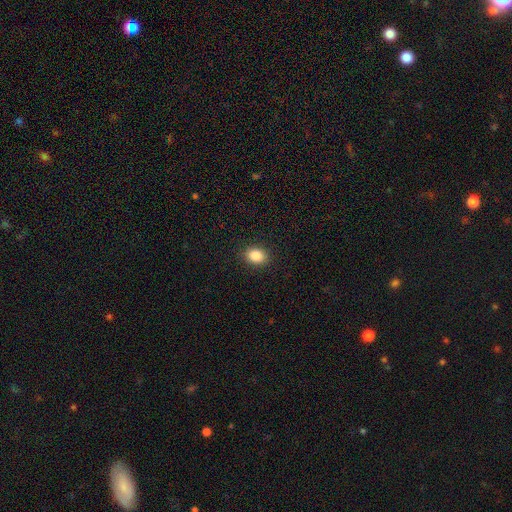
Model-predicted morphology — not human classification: smooth-or-featured: smooth: 85% | star or artifact: 10% | featured or disk: 5%
  how-rounded: in between: 61% | round: 38% | cigar-shaped: 1%
  merging: none: 90% | minor disturbance: 7% | major disturbance: 2% | merger: 1%